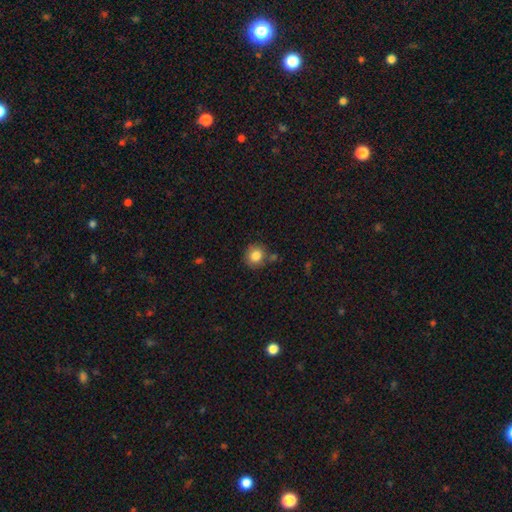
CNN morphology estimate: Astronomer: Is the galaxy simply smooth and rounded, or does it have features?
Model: smooth — 84%.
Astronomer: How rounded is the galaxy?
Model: round — 86%.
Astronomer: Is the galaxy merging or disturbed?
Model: none — 76%.